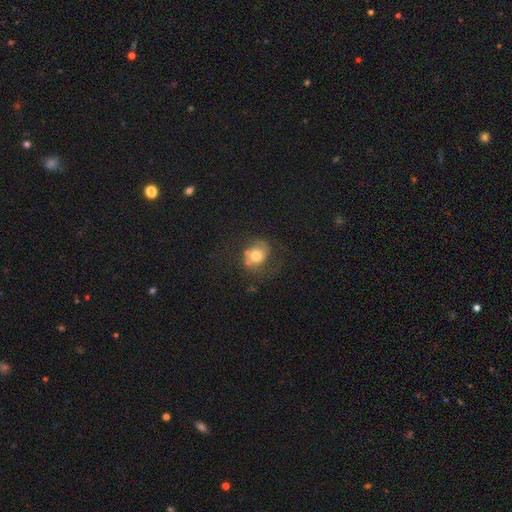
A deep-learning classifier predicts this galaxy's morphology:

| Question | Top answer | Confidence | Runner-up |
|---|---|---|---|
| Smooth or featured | smooth | 57% | featured or disk (33%) |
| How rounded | round | 63% | in between (36%) |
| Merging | none | 49% | minor disturbance (24%) |